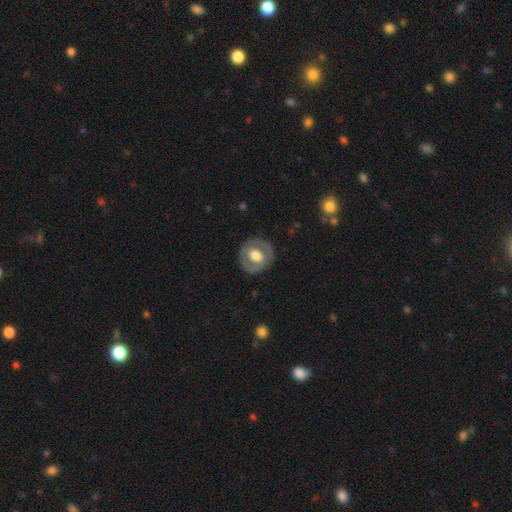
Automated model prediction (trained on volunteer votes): Smooth or featured? Predicted: featured or disk (p=0.49). Merging? Predicted: none (p=0.83).